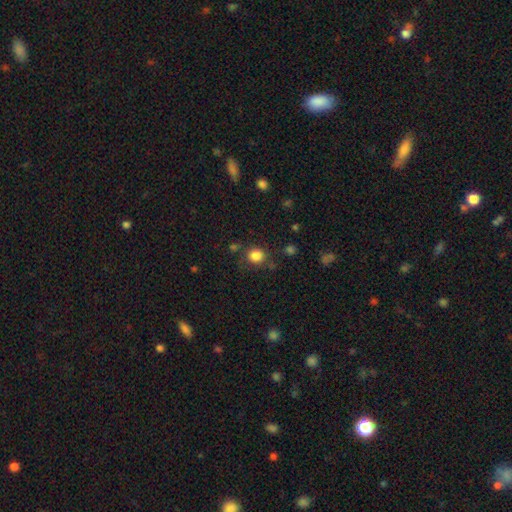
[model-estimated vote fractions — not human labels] A smooth galaxy with no disk features (84%) that is round (81%).

Vote fractions:
- Smooth or featured? smooth: 84% / star or artifact: 11% / featured or disk: 5%
- How rounded? round: 81% / in between: 18% / cigar-shaped: 1%
- Merging? none: 78% / minor disturbance: 13% / major disturbance: 5% / merger: 4%